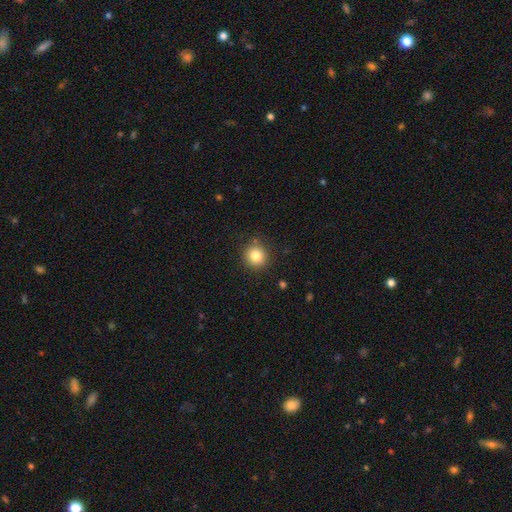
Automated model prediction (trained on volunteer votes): Smooth or featured? smooth (83%)
How rounded? round (91%)
Merging? none (88%)